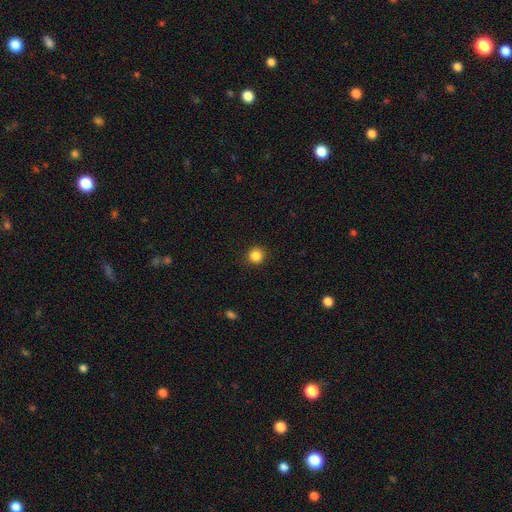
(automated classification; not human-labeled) Q: Smooth or featured?
A: smooth (86%); runner-up: star or artifact (11%)
Q: How rounded?
A: round (95%); runner-up: in between (4%)
Q: Merging?
A: none (92%); runner-up: minor disturbance (5%)